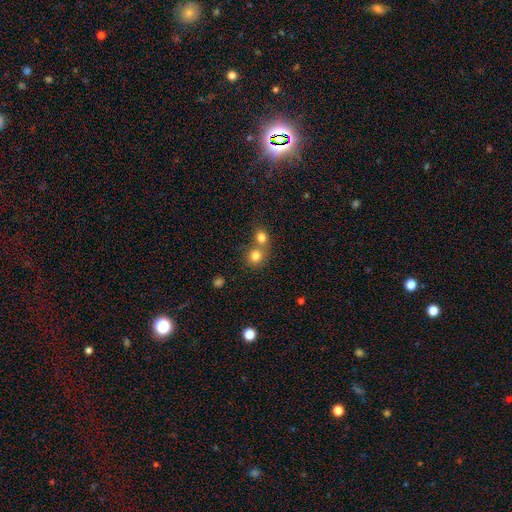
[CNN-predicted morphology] smooth_or_featured: smooth (p=0.80) [alt: star or artifact p=0.12]
how_rounded: round (p=0.86) [alt: in between p=0.13]
merging: merger (p=0.47) [alt: none p=0.45]